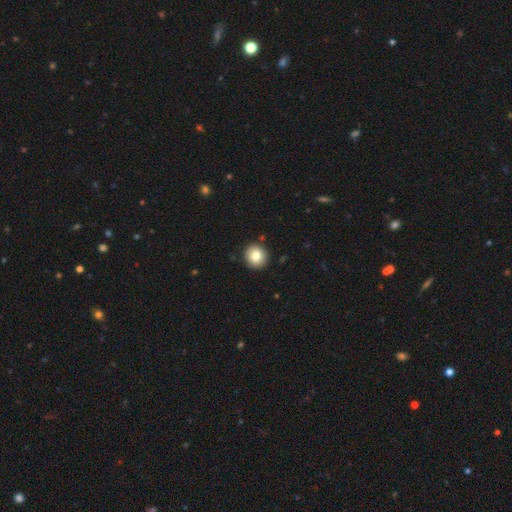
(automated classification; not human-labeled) Smooth or featured? Predicted: smooth (p=0.83). How rounded? Predicted: round (p=0.91). Merging? Predicted: none (p=0.91).